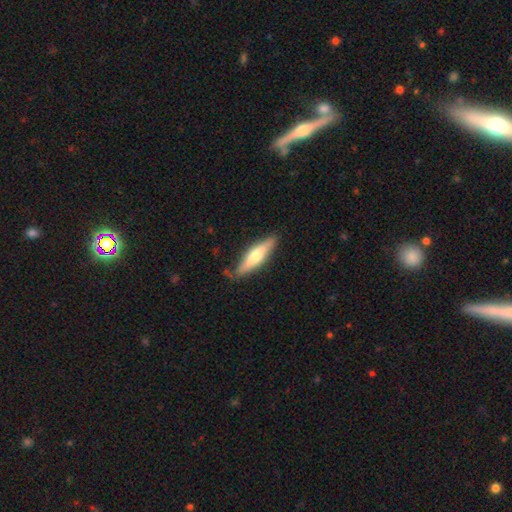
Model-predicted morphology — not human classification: Smooth or featured?
  - smooth: 56% *
  - featured or disk: 39%
  - star or artifact: 5%
How rounded?
  - cigar-shaped: 75% *
  - in between: 24%
  - round: 2%
Merging?
  - none: 79% *
  - minor disturbance: 16%
  - major disturbance: 3%
  - merger: 2%